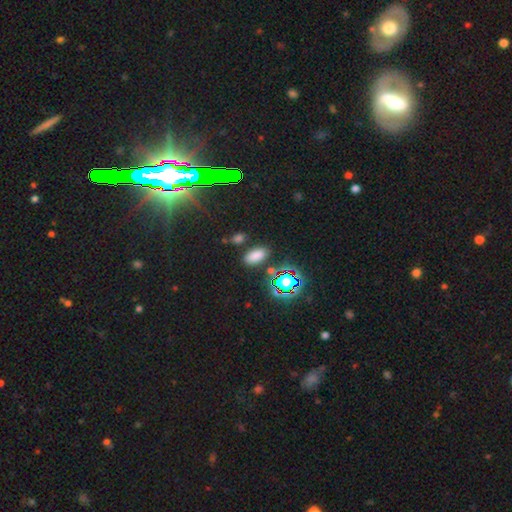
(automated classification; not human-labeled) smooth 74%, star or artifact 21%, featured or disk 5%. Down the decision tree: how rounded — in between (90%); merging — none (82%).